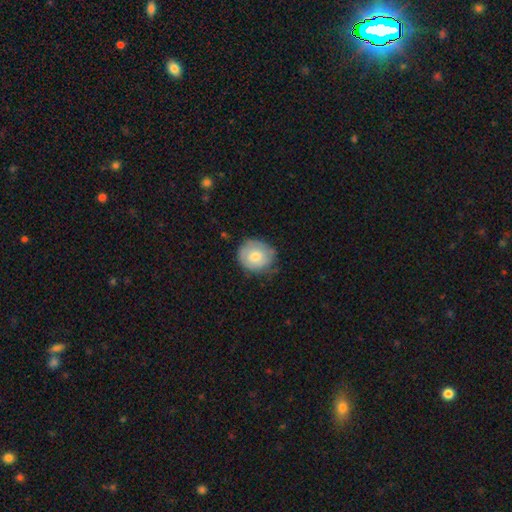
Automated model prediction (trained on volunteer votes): This appears to be a smooth galaxy with no disk features (67%) that is round (71%). Merging: none (66%).